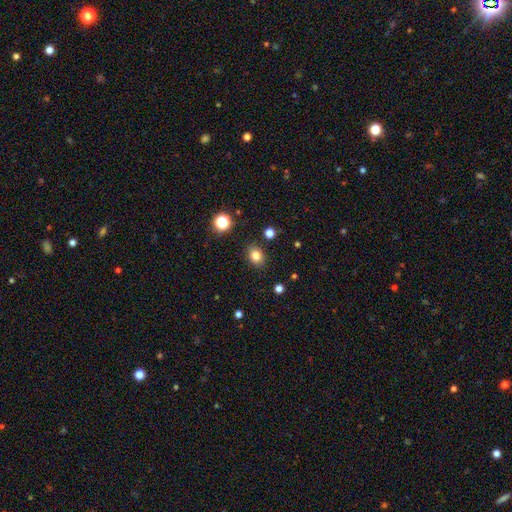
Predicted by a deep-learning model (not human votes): Smooth or featured: smooth — 81% (star or artifact — 13%)
How rounded: in between — 50% (round — 49%)
Merging: none — 86% (minor disturbance — 9%)